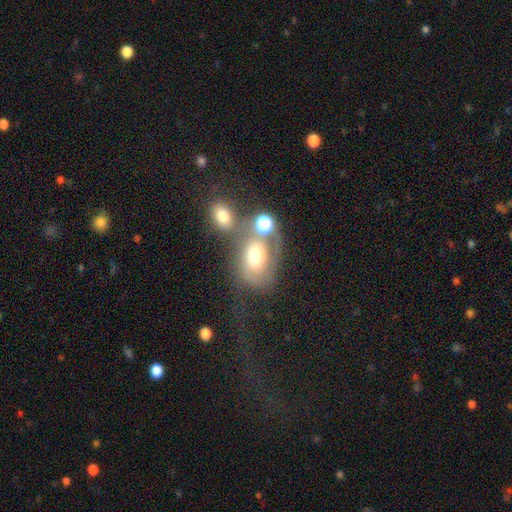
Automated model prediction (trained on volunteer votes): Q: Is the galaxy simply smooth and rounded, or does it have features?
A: smooth — 49%.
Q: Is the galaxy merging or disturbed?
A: merger — 41%.